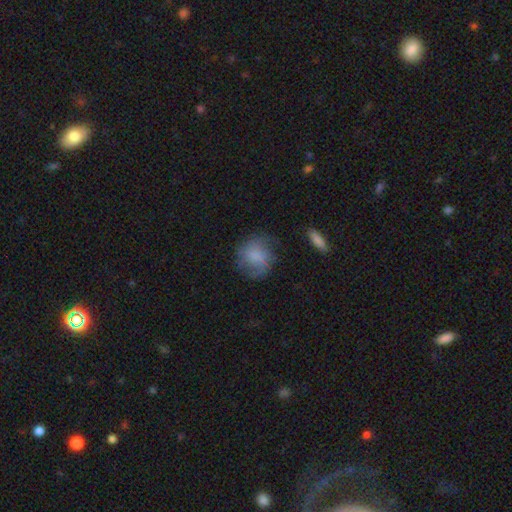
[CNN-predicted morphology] This is likely a smooth galaxy (66%). How rounded: likely round (77%). Merging: likely none (61%).